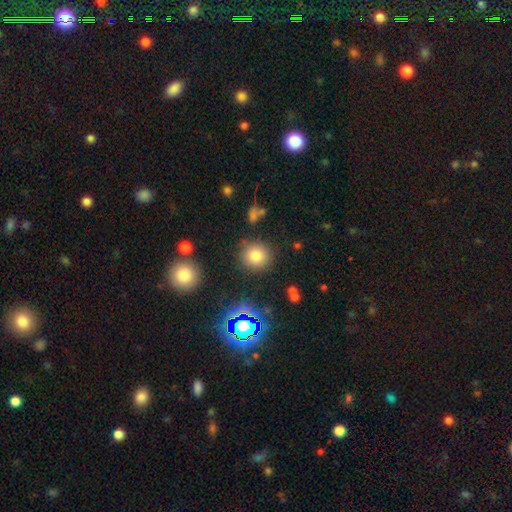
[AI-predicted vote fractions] Morphology: type=smooth (77%); roundness=round (90%); merging=none (84%).